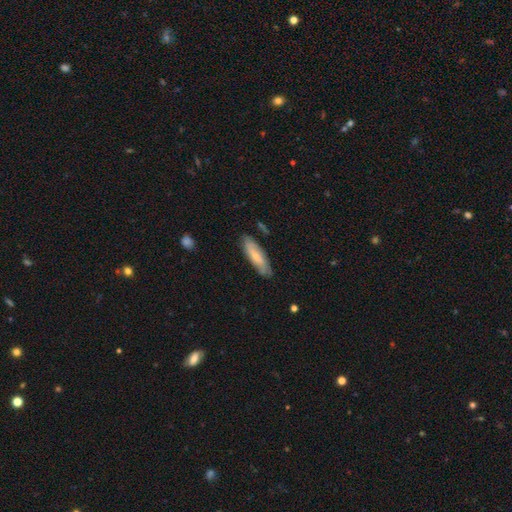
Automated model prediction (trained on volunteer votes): This is possibly a smooth galaxy (55%). How rounded: possibly cigar-shaped (52%). Merging: likely none (78%).